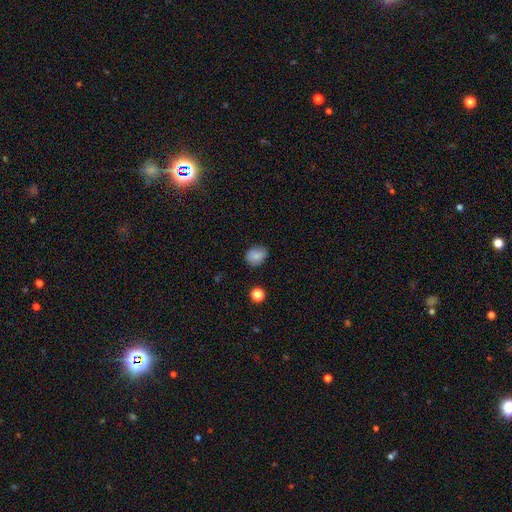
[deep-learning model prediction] Overall: smooth (81%). How rounded: round (53%; in between 46%). Merging: none (73%).